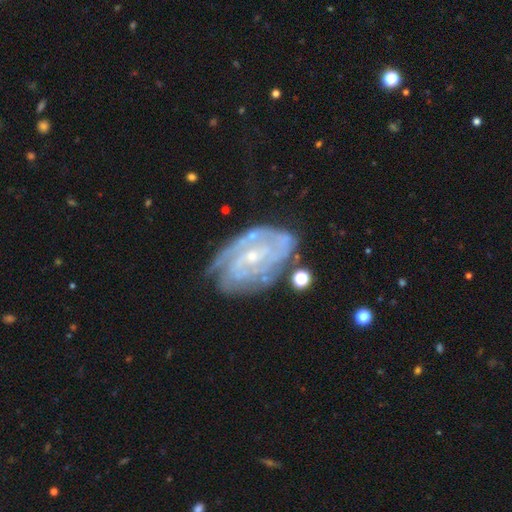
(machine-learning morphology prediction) featured or disk 84%, smooth 9%, star or artifact 8%. Down the decision tree: edge-on disk — no (96%); bar — no (45%); spiral arms — yes (94%); spiral arm count — can't tell (32%); spiral winding — tight (69%); bulge size — small (77%); merging — none (66%).